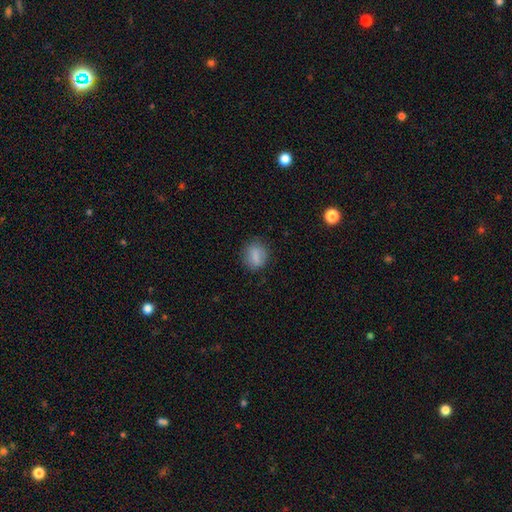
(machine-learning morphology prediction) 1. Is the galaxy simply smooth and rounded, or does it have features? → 78% smooth, 13% featured or disk, 9% star or artifact.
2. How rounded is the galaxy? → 55% round, 42% in between, 2% cigar-shaped.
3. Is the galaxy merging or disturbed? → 80% none, 14% minor disturbance, 5% major disturbance, 1% merger.